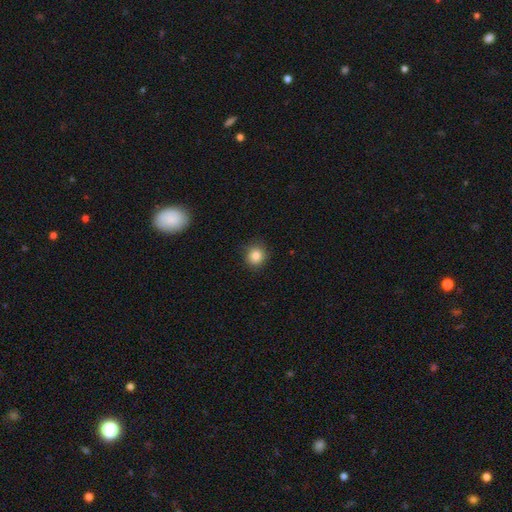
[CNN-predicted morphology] A smooth galaxy with no disk features (85%) that is round (90%). Merging: none (88%).